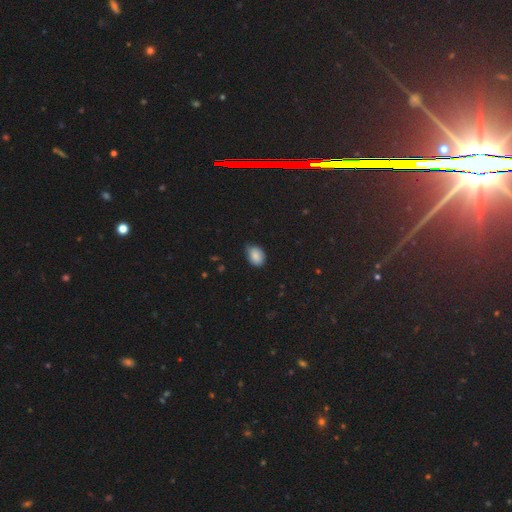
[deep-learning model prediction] Smooth or featured? Predicted: smooth (p=0.86). How rounded? Predicted: in between (p=0.77). Merging? Predicted: none (p=0.69).